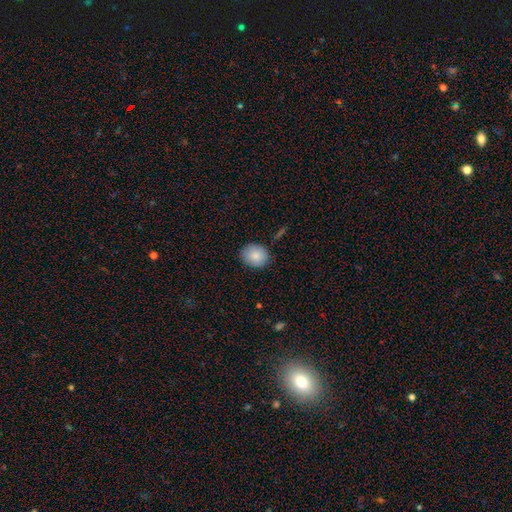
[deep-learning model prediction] smooth_or_featured: smooth (p=0.85) [alt: star or artifact p=0.07]
how_rounded: round (p=0.69) [alt: in between p=0.31]
merging: none (p=0.85) [alt: minor disturbance p=0.11]